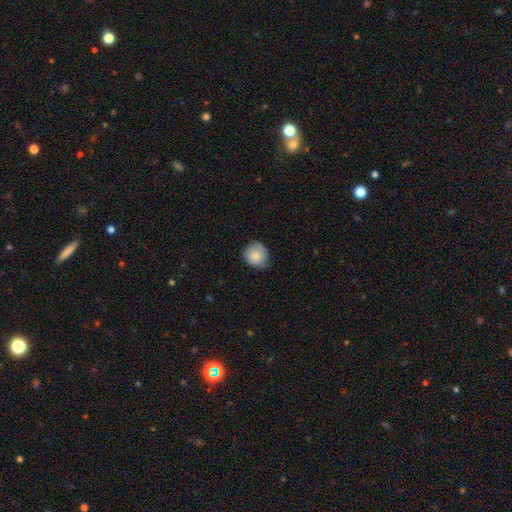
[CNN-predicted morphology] Smooth or featured? Predicted: smooth (p=0.85). How rounded? Predicted: round (p=0.85). Merging? Predicted: none (p=0.74).